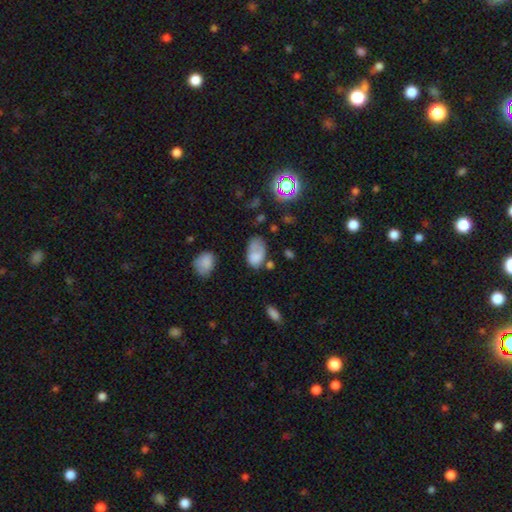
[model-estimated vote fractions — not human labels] Overall: smooth (74%). How rounded: in between (90%). Merging: none (39%; minor disturbance 32%).